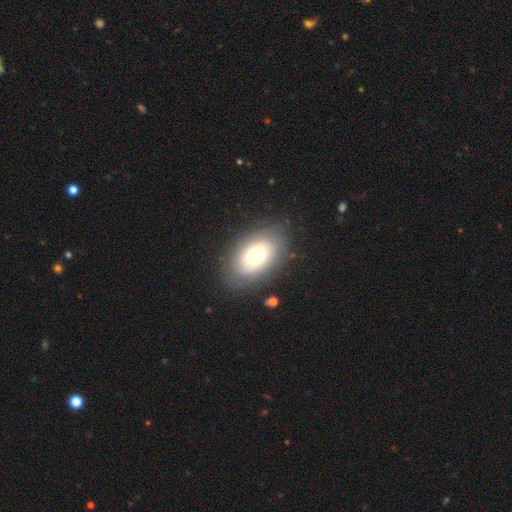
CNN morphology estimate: type=smooth (58%); roundness=in between (90%); merging=none (78%).